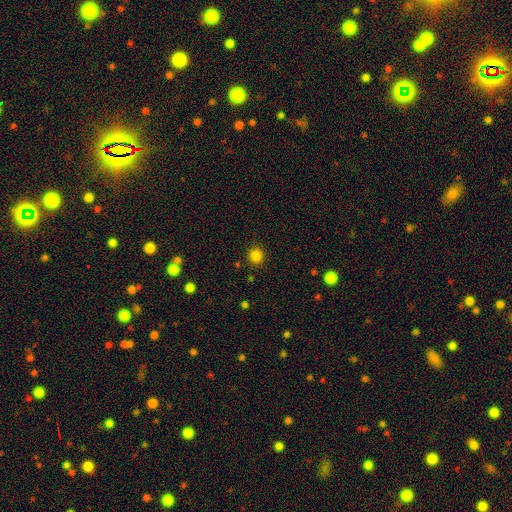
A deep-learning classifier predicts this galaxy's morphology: Q: Smooth or featured?
A: smooth (83%); runner-up: star or artifact (13%)
Q: How rounded?
A: round (91%); runner-up: in between (8%)
Q: Merging?
A: none (90%); runner-up: minor disturbance (7%)